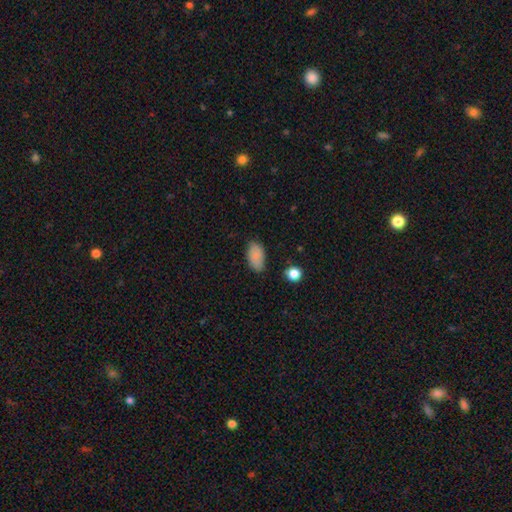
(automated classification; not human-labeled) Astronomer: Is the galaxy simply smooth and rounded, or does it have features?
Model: smooth — 85%.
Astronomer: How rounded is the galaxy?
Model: in between — 93%.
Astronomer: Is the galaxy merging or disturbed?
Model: none — 78%.